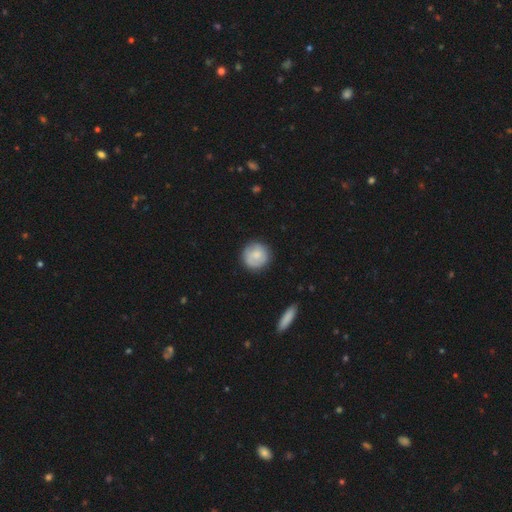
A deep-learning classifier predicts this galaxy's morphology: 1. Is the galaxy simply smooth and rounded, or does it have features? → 70% smooth, 24% featured or disk, 6% star or artifact.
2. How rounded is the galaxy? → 93% round, 6% in between, 1% cigar-shaped.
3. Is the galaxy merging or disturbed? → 84% none, 12% minor disturbance, 3% major disturbance, 1% merger.